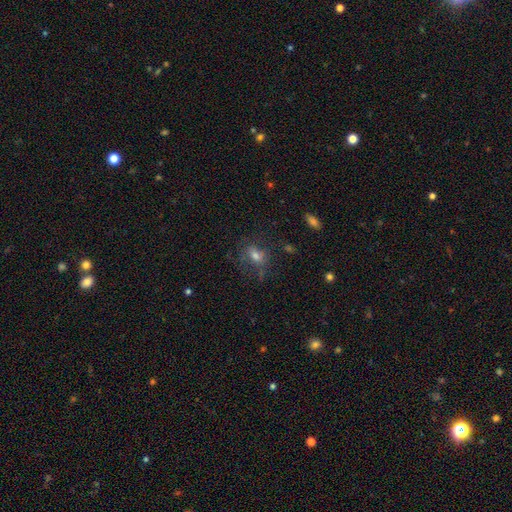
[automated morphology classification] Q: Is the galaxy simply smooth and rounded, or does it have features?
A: smooth — 50%.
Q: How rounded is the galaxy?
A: in between — 58%.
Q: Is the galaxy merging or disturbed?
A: none — 57%.